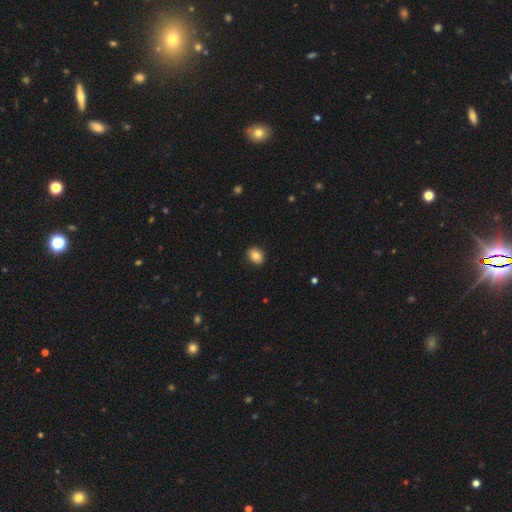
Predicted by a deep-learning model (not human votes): Smooth or featured: smooth — 83% (star or artifact — 9%)
How rounded: in between — 52% (round — 47%)
Merging: none — 90% (minor disturbance — 7%)